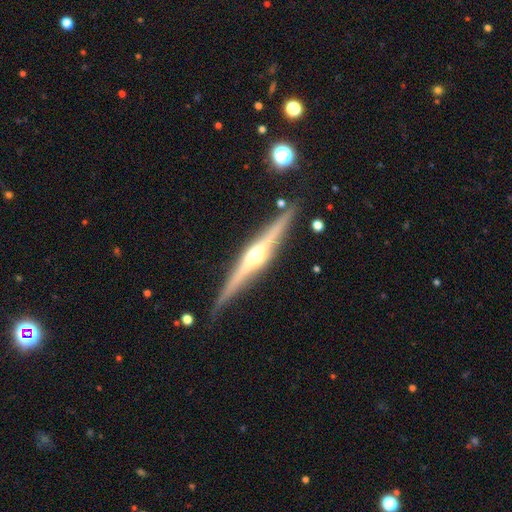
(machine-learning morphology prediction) smooth_or_featured: featured or disk (p=0.83) [alt: smooth p=0.12]
disk_edge_on: yes (p=0.98) [alt: no p=0.02]
edge_on_bulge: rounded (p=0.93) [alt: boxy p=0.04]
merging: none (p=0.86) [alt: minor disturbance p=0.10]